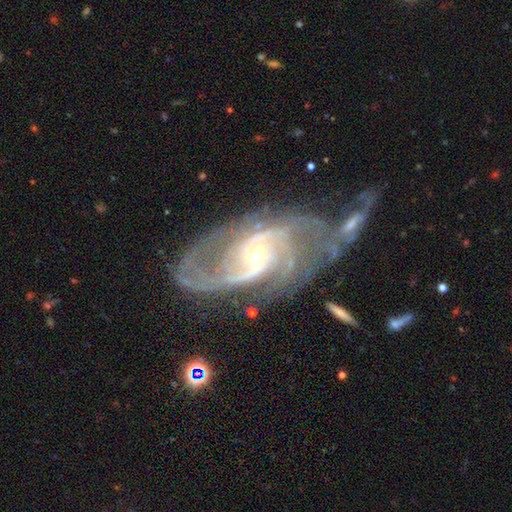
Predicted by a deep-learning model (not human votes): Smooth or featured? featured or disk (91%)
Edge-on disk? no (97%)
Bar? no (53%)
Spiral arms? yes (97%)
Spiral winding? medium (48%)
Spiral arm count? 2 (56%)
Bulge size? small (54%)
Merging? none (40%)